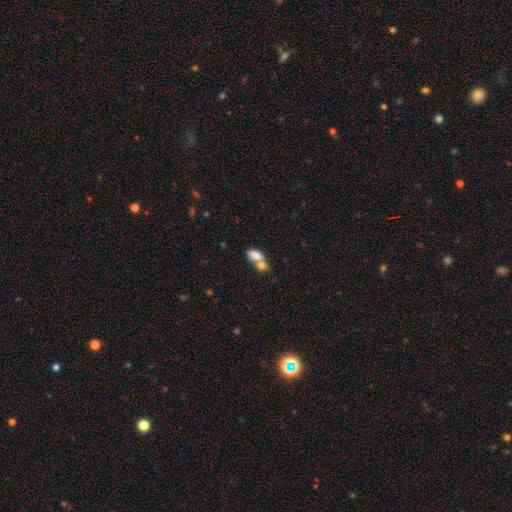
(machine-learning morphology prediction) A smooth galaxy with no disk features (79%) that is in between round and cigar-shaped (87%). Merging: merger (64%).